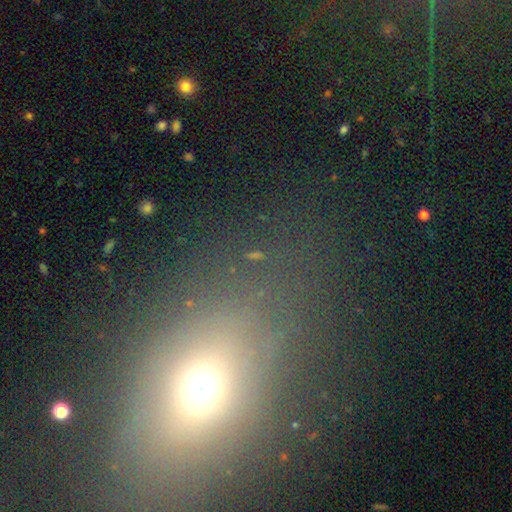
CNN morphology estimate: This is possibly a star or artifact rather than a galaxy (52%).